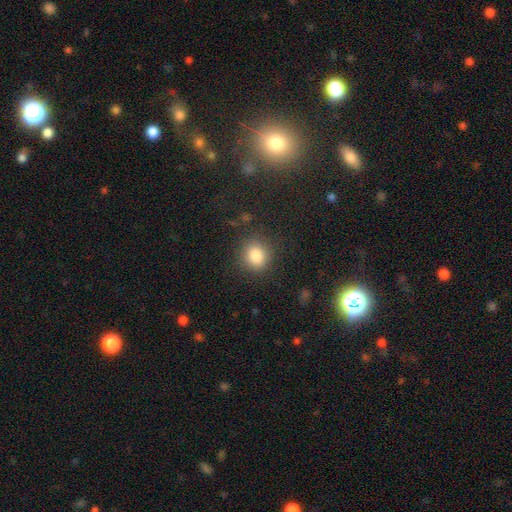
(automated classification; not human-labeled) Overall: smooth (84%). How rounded: round (78%). Merging: none (84%).